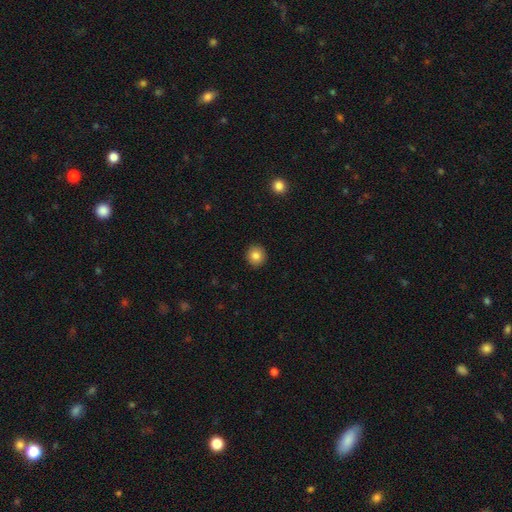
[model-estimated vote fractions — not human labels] Smooth or featured? smooth (84%)
How rounded? round (91%)
Merging? none (92%)